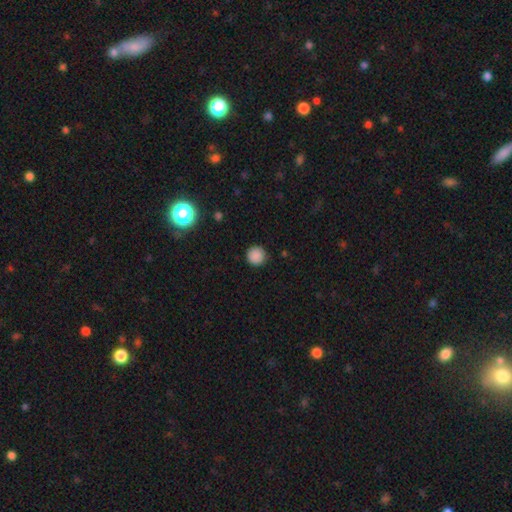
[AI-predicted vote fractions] Smooth or featured? smooth (87%)
How rounded? round (95%)
Merging? none (90%)